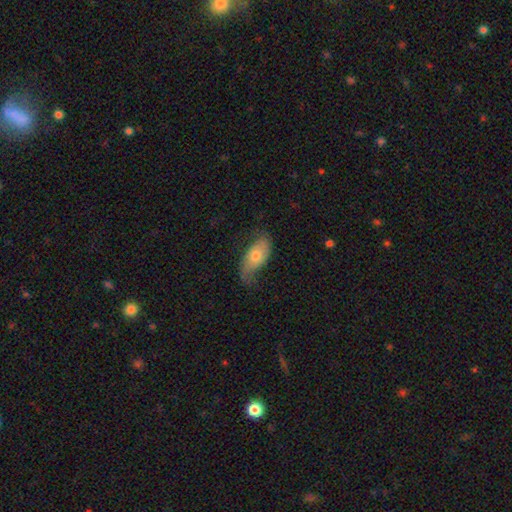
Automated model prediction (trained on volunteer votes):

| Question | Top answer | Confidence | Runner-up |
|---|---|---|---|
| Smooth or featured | smooth | 59% | featured or disk (34%) |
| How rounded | in between | 89% | cigar-shaped (7%) |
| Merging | none | 50% | minor disturbance (33%) |